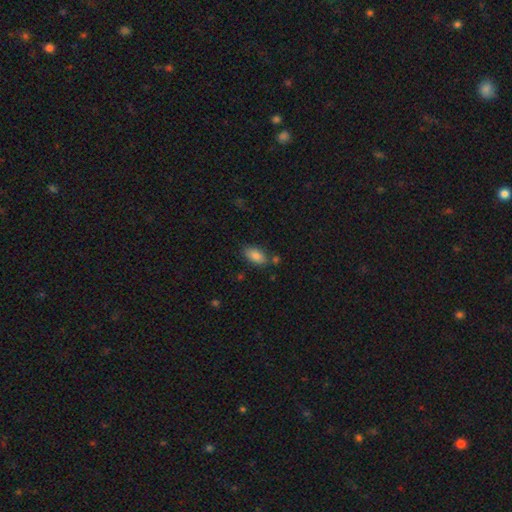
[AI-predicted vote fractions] Overall: smooth (85%). How rounded: in between (92%). Merging: none (75%).